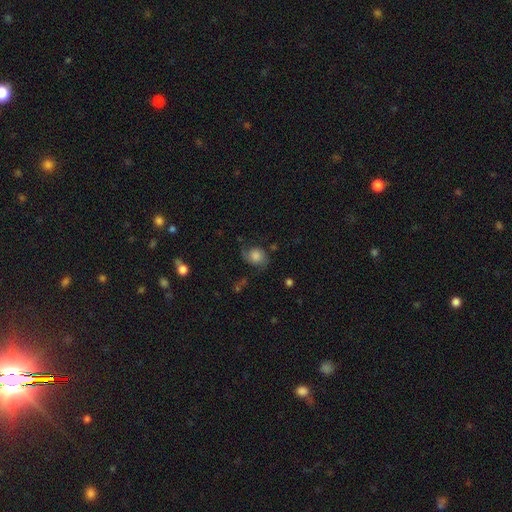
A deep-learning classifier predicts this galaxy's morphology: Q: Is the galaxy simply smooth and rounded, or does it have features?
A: smooth — 52%.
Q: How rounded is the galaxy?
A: round — 58%.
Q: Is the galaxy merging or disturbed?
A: none — 52%.